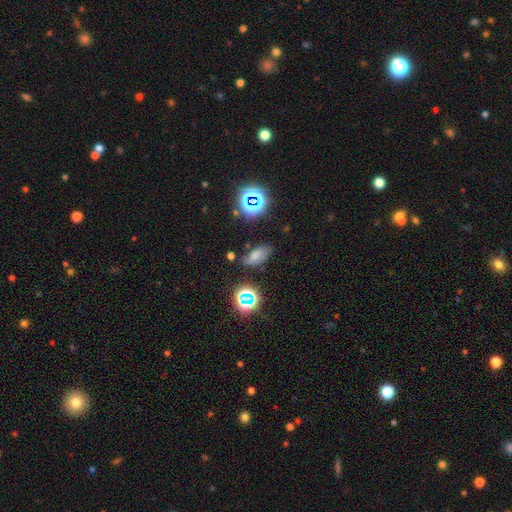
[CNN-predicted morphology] A smooth galaxy with no disk features (57%) that is in between round and cigar-shaped (87%).

Vote fractions:
- Smooth or featured? smooth: 57% / star or artifact: 24% / featured or disk: 19%
- How rounded? in between: 87% / round: 7% / cigar-shaped: 5%
- Merging? none: 66% / minor disturbance: 23% / major disturbance: 7% / merger: 4%